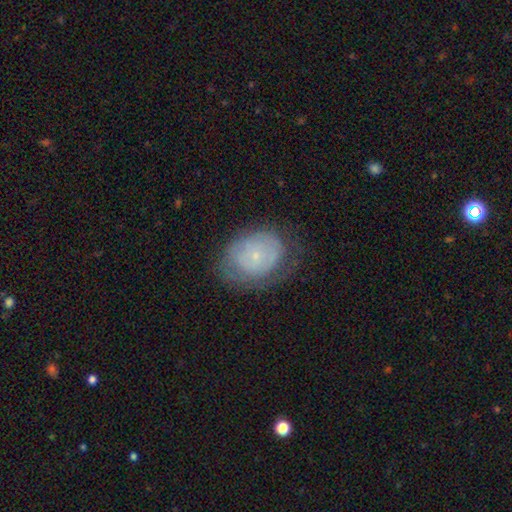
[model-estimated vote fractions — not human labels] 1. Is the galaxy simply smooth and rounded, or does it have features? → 49% smooth, 43% featured or disk, 8% star or artifact.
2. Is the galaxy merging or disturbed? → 59% none, 25% minor disturbance, 15% major disturbance, 1% merger.